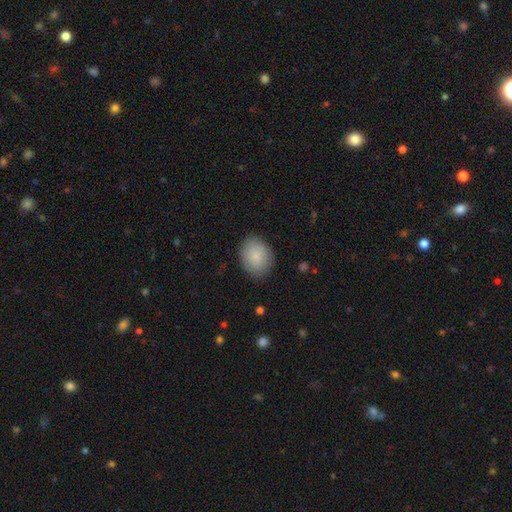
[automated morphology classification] smooth_or_featured: smooth (p=0.87) [alt: featured or disk p=0.07]
how_rounded: in between (p=0.62) [alt: round p=0.37]
merging: none (p=0.83) [alt: minor disturbance p=0.12]